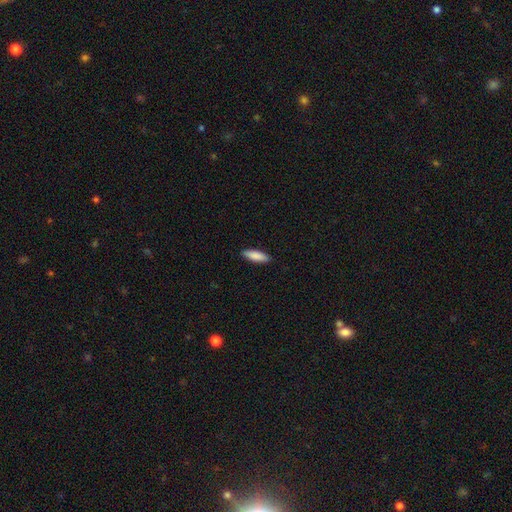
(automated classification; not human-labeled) Smooth or featured? Predicted: smooth (p=0.88). How rounded? Predicted: cigar-shaped (p=0.53). Merging? Predicted: none (p=0.90).